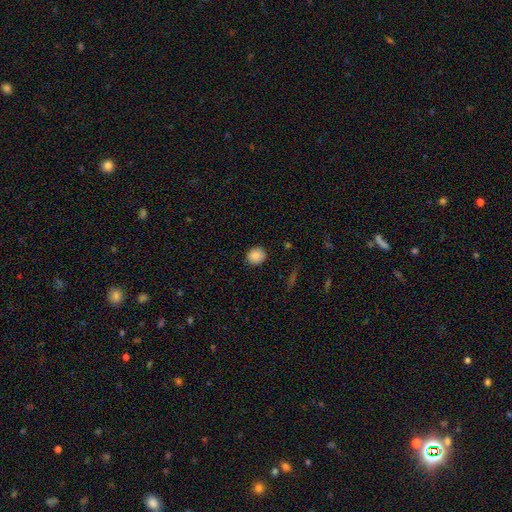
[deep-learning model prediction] Smooth or featured: smooth — 87% (star or artifact — 9%)
How rounded: round — 82% (in between — 17%)
Merging: none — 87% (minor disturbance — 10%)